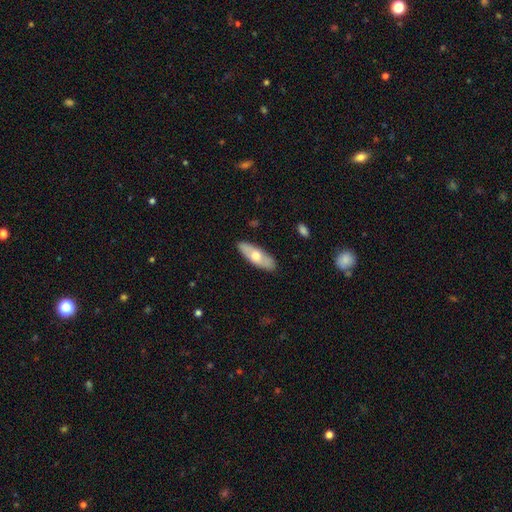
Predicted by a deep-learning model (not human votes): smooth-or-featured: smooth: 57% | featured or disk: 38% | star or artifact: 5%
  how-rounded: in between: 67% | cigar-shaped: 30% | round: 2%
  merging: none: 86% | minor disturbance: 10% | major disturbance: 2% | merger: 1%